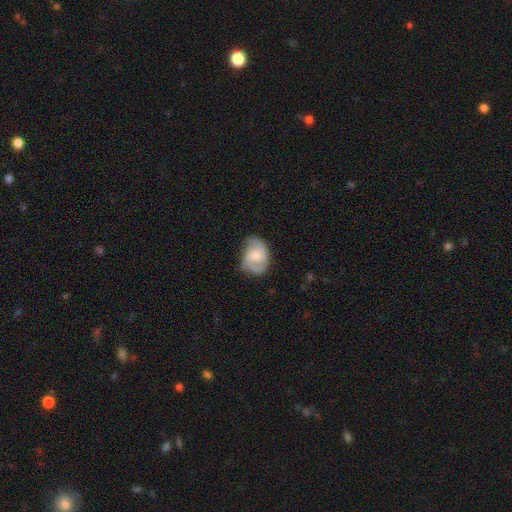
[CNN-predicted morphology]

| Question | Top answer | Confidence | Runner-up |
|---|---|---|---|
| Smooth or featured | featured or disk | 53% | smooth (40%) |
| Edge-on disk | no | 97% | yes (3%) |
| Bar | no | 65% | weak (30%) |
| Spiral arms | yes | 86% | no (14%) |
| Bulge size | moderate | 43% | small (37%) |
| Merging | none | 56% | minor disturbance (30%) |